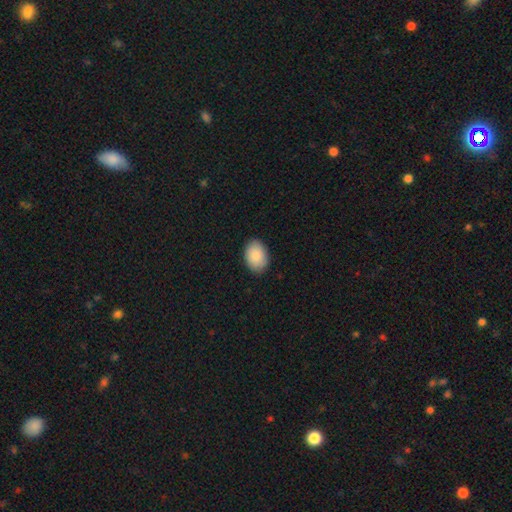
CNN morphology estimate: smooth-or-featured: smooth: 88% | star or artifact: 6% | featured or disk: 6%
  how-rounded: in between: 83% | round: 16% | cigar-shaped: 1%
  merging: none: 87% | minor disturbance: 10% | major disturbance: 2% | merger: 1%